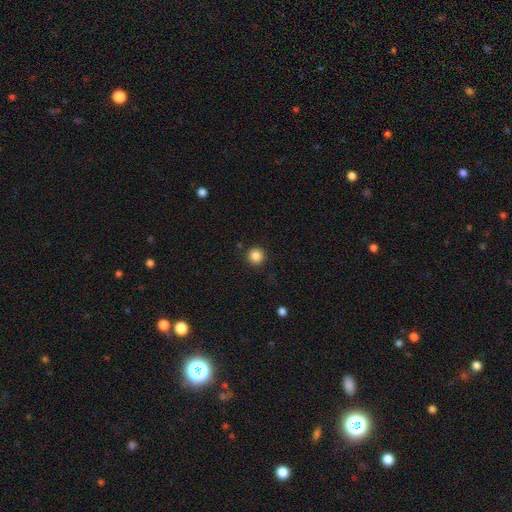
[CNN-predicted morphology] Q: Smooth or featured?
A: smooth (86%); runner-up: star or artifact (11%)
Q: How rounded?
A: round (95%); runner-up: in between (4%)
Q: Merging?
A: none (91%); runner-up: minor disturbance (6%)